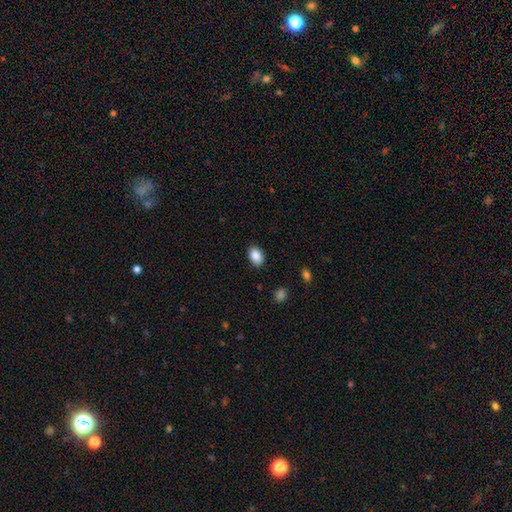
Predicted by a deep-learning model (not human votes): The model was most divided on "how rounded": in between: 84%, round: 15%, cigar-shaped: 1%. More confident: smooth or featured — smooth (88%); merging — none (88%).